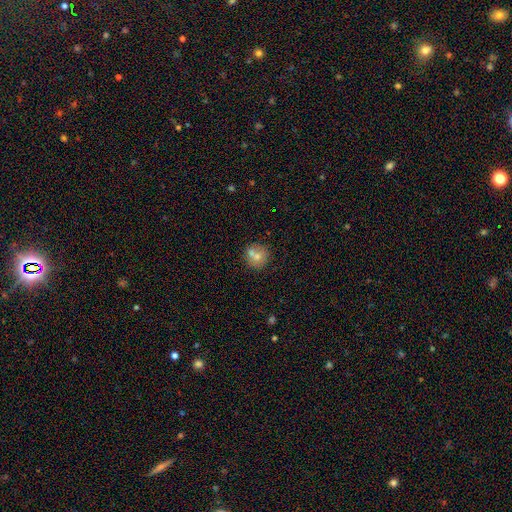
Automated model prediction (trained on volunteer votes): smooth 68%, featured or disk 22%, star or artifact 10%. Down the decision tree: how rounded — round (88%); merging — none (54%).